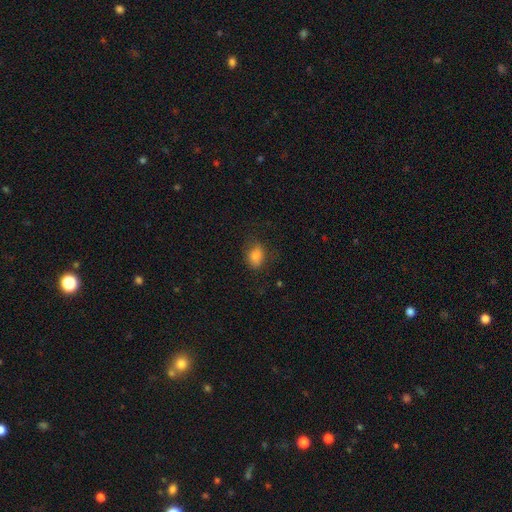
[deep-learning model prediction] smooth_or_featured: smooth (p=0.78) [alt: featured or disk p=0.13]
how_rounded: in between (p=0.71) [alt: round p=0.27]
merging: none (p=0.70) [alt: minor disturbance p=0.21]